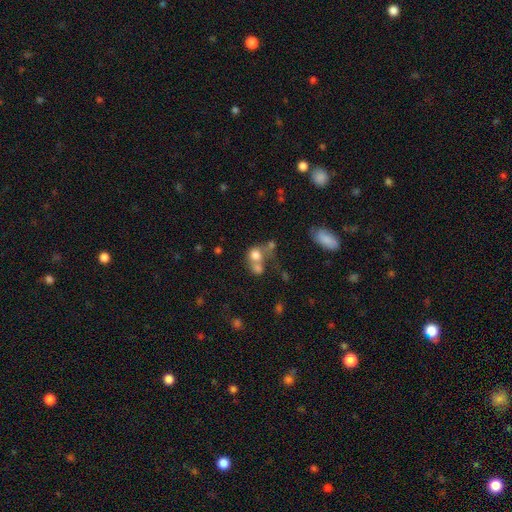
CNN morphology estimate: Q: Smooth or featured?
A: smooth (71%); runner-up: featured or disk (17%)
Q: How rounded?
A: round (66%); runner-up: in between (33%)
Q: Merging?
A: merger (56%); runner-up: none (26%)